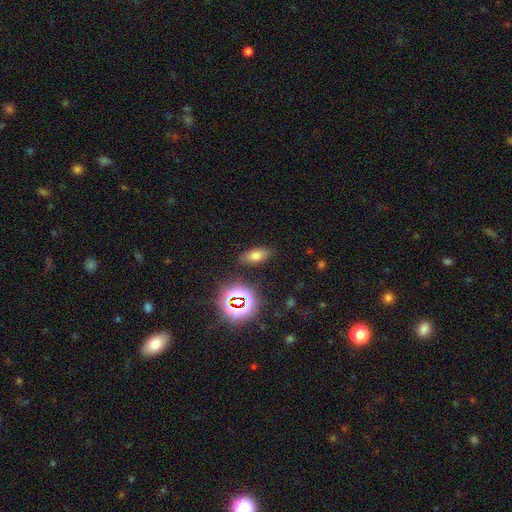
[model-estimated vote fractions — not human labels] Smooth or featured: smooth — 68% (star or artifact — 21%)
How rounded: in between — 83% (cigar-shaped — 10%)
Merging: none — 85% (minor disturbance — 10%)